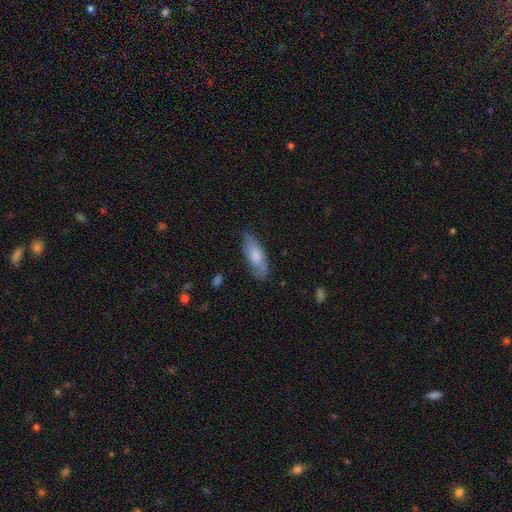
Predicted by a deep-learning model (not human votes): Smooth or featured?
  - smooth: 77% *
  - featured or disk: 17%
  - star or artifact: 6%
How rounded?
  - in between: 72% *
  - cigar-shaped: 26%
  - round: 2%
Merging?
  - none: 74% *
  - minor disturbance: 20%
  - major disturbance: 4%
  - merger: 1%